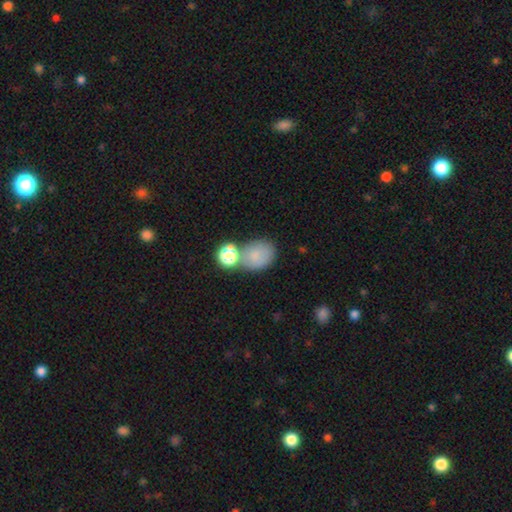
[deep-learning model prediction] Smooth or featured? smooth (74%)
How rounded? in between (53%)
Merging? none (47%)